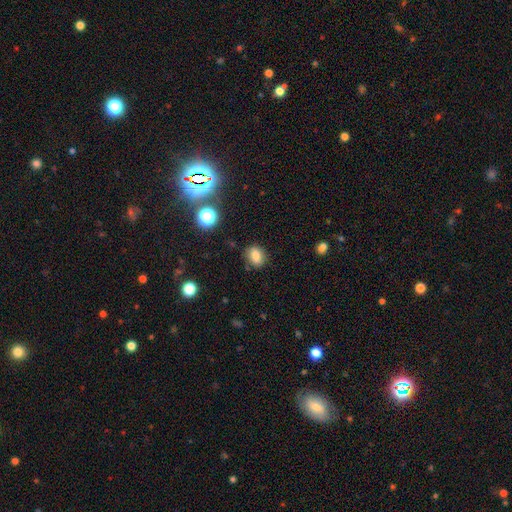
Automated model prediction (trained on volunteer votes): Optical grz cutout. It shows a smooth galaxy with no disk features (81%) that is in between round and cigar-shaped (59%). Merging: none (82%).